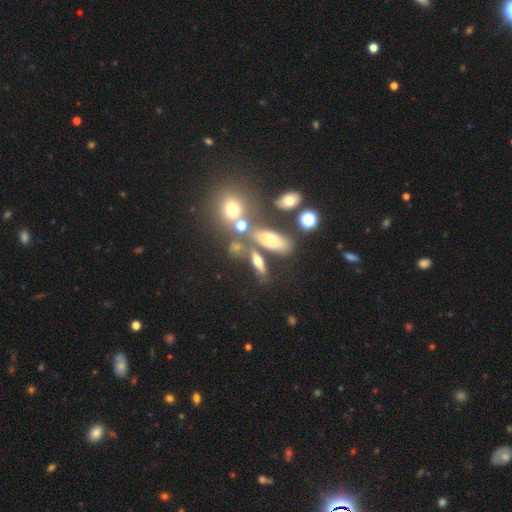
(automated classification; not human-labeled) A smooth galaxy with no disk features (45%). Merging: none (53%).